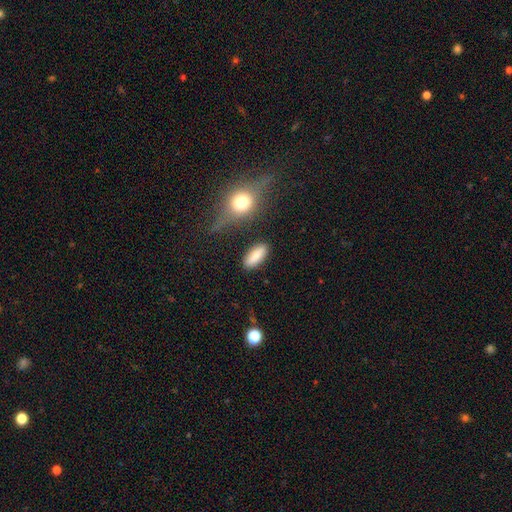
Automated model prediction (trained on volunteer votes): Morphology: type=smooth (84%); roundness=in between (80%); merging=none (83%).